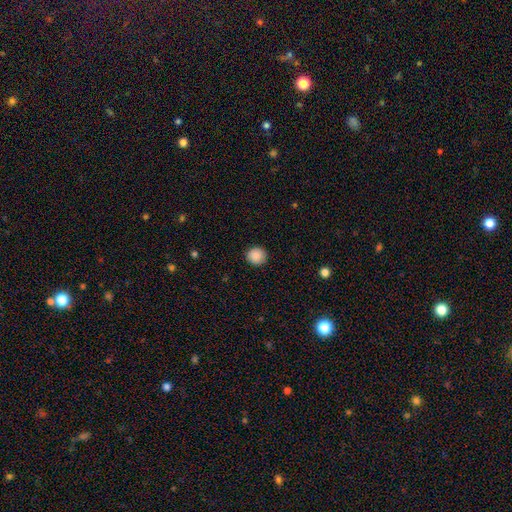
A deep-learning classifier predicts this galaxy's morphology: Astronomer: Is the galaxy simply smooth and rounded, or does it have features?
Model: smooth — 89%.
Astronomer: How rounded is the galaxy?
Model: round — 91%.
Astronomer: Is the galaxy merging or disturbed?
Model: none — 91%.